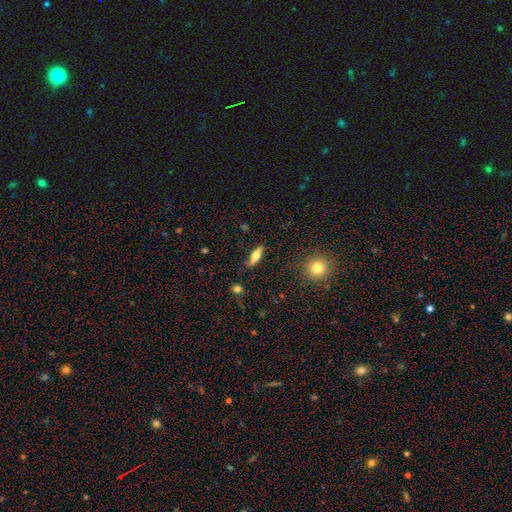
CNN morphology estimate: smooth 55%, featured or disk 39%, star or artifact 7%. Down the decision tree: how rounded — in between (50%); merging — none (81%).